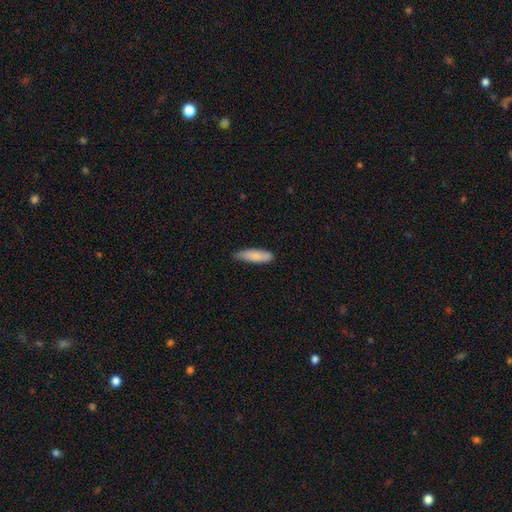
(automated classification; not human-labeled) Smooth or featured? Predicted: smooth (p=0.82). How rounded? Predicted: cigar-shaped (p=0.59). Merging? Predicted: none (p=0.75).